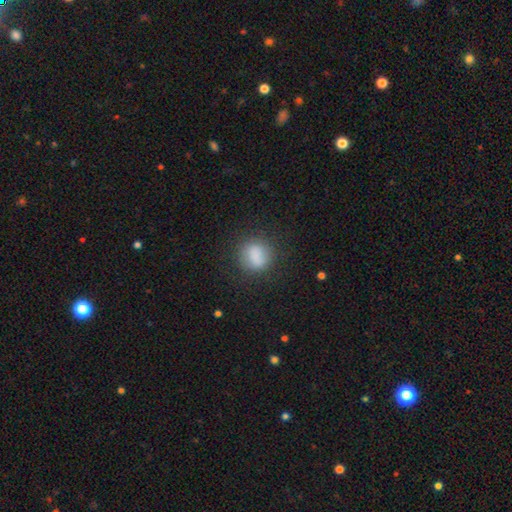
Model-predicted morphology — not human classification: This is clearly a smooth galaxy (81%). How rounded: likely round (74%). Merging: likely none (76%).